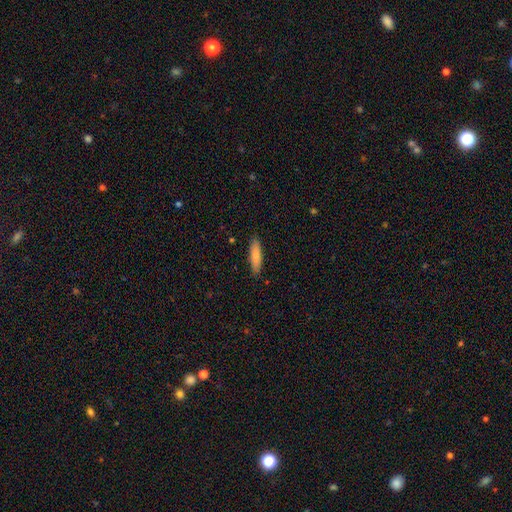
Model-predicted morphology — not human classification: A smooth galaxy with no disk features (81%) that is cigar-shaped (67%).

Vote fractions:
- Smooth or featured? smooth: 81% / featured or disk: 13% / star or artifact: 6%
- How rounded? cigar-shaped: 67% / in between: 31% / round: 2%
- Merging? none: 88% / minor disturbance: 9% / major disturbance: 2% / merger: 1%